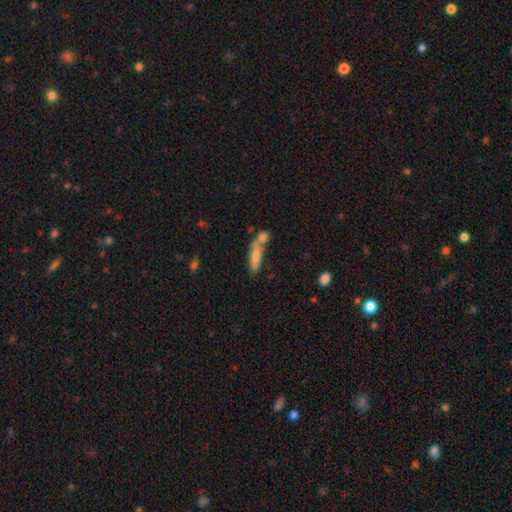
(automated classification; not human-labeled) Morphology: type=smooth (68%); roundness=cigar-shaped (63%); merging=merger (43%).